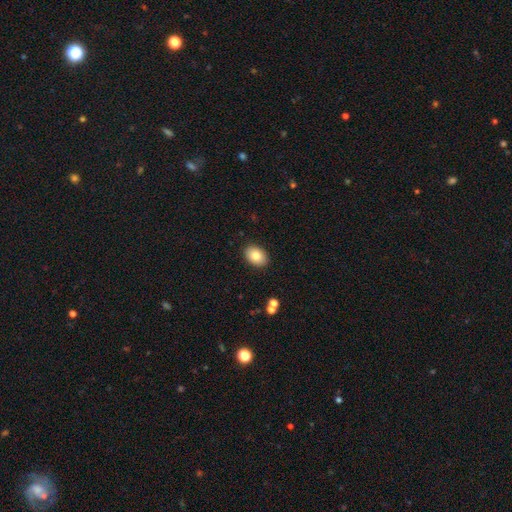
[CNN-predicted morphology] This is clearly a smooth galaxy (82%). How rounded: likely in between (78%). Merging: clearly none (89%).